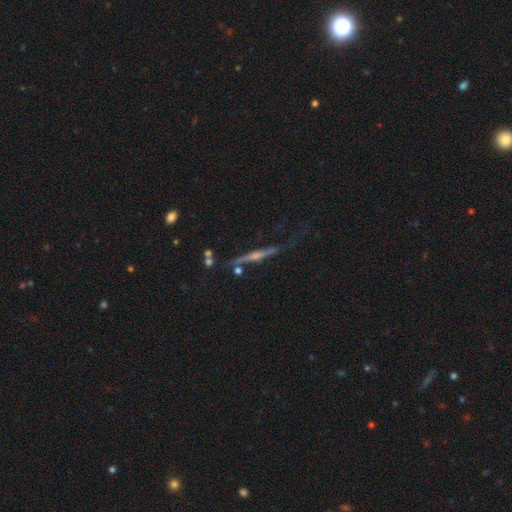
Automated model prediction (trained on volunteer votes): Smooth or featured?
  - featured or disk: 58% *
  - star or artifact: 21%
  - smooth: 21%
Edge-on disk?
  - yes: 72% *
  - no: 28%
Merging?
  - none: 53% *
  - minor disturbance: 18%
  - major disturbance: 16%
  - merger: 14%